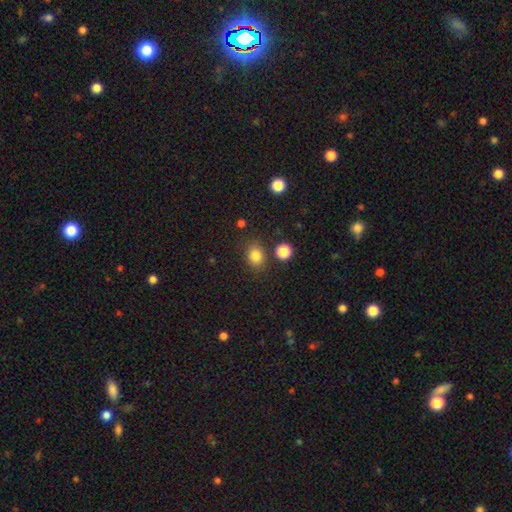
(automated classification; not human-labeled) Smooth or featured: smooth — 82% (star or artifact — 12%)
How rounded: in between — 51% (round — 47%)
Merging: none — 78% (minor disturbance — 12%)